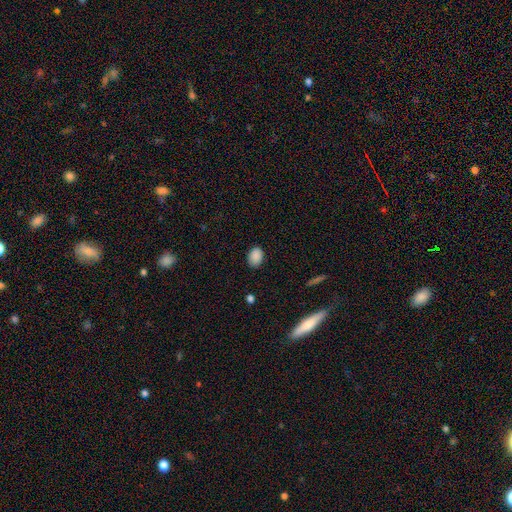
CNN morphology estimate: Smooth or featured? smooth (88%)
How rounded? in between (74%)
Merging? none (83%)